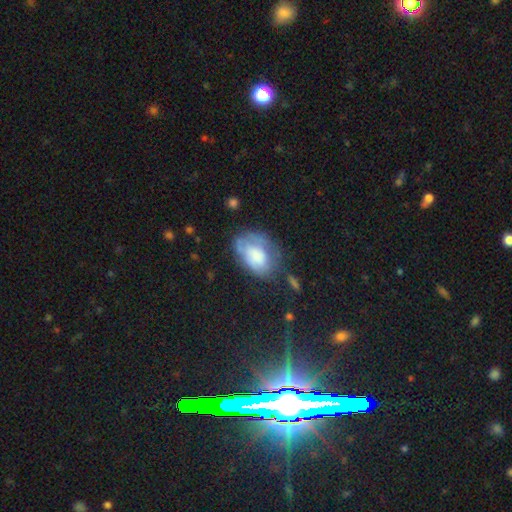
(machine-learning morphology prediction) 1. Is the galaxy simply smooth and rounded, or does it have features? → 57% smooth, 34% featured or disk, 9% star or artifact.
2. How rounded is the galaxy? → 82% in between, 16% round, 1% cigar-shaped.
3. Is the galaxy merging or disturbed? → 42% none, 30% minor disturbance, 22% major disturbance, 5% merger.